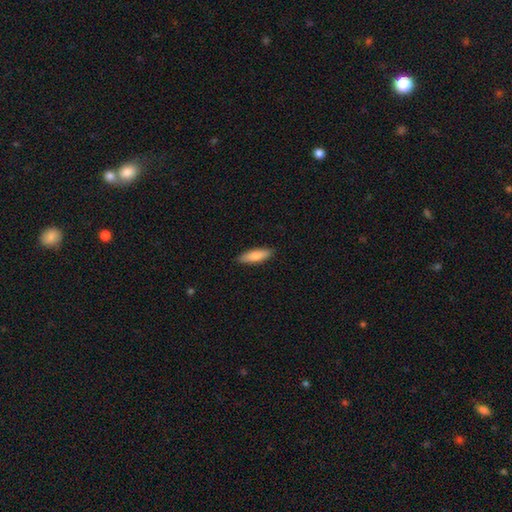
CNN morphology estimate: type=smooth (81%); roundness=cigar-shaped (52%); merging=none (89%).